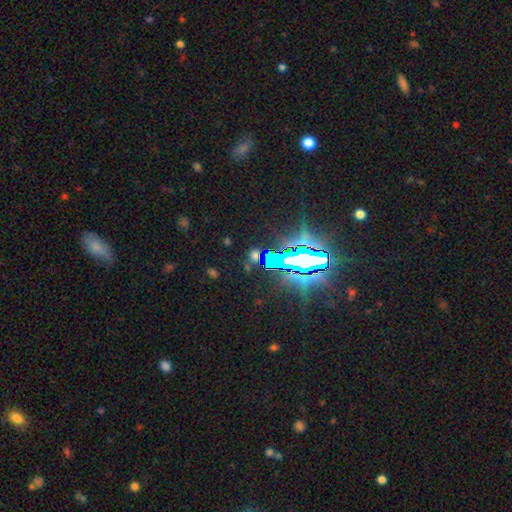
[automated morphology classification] Smooth or featured? Predicted: star or artifact (p=0.71).